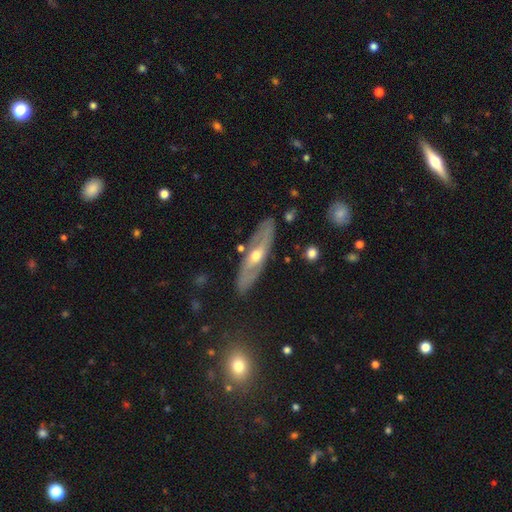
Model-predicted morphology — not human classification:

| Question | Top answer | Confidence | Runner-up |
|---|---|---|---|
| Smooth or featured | featured or disk | 70% | smooth (25%) |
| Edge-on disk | no | 58% | yes (42%) |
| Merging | none | 83% | minor disturbance (11%) |